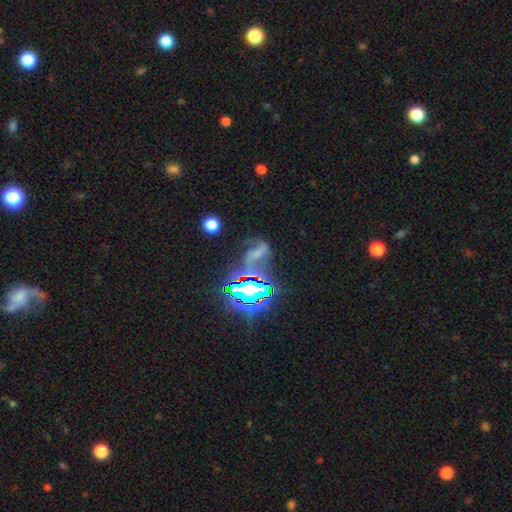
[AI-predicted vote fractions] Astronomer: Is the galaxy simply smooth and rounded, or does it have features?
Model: featured or disk — 44% (runner-up: star or artifact, 36%).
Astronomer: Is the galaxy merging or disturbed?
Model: none — 40% (runner-up: major disturbance, 28%).